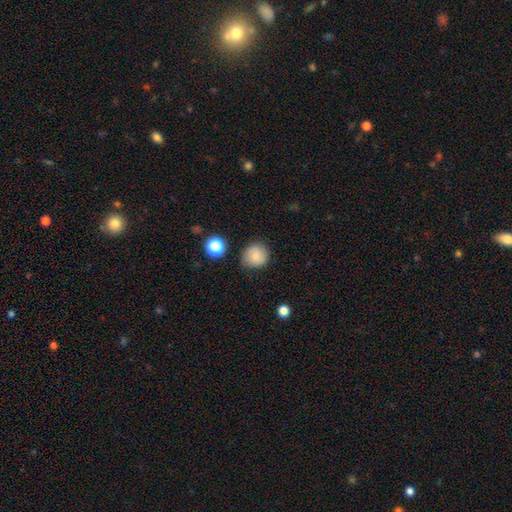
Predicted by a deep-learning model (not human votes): Smooth or featured? smooth (80%)
How rounded? round (91%)
Merging? none (83%)